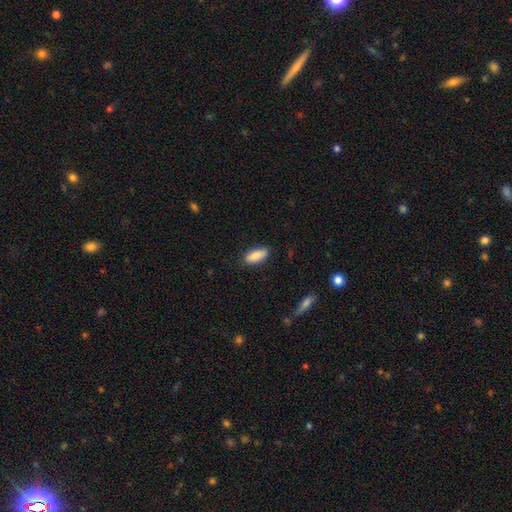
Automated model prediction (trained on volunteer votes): Smooth or featured? smooth (87%)
How rounded? in between (81%)
Merging? none (85%)